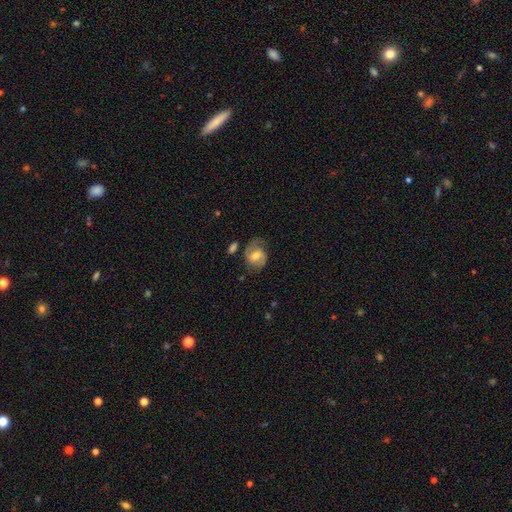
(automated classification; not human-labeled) Smooth or featured? featured or disk (64%)
Edge-on disk? no (97%)
Bar? weak (46%)
Spiral arms? yes (87%)
Spiral winding? medium (48%)
Spiral arm count? 2 (83%)
Bulge size? moderate (68%)
Merging? none (63%)